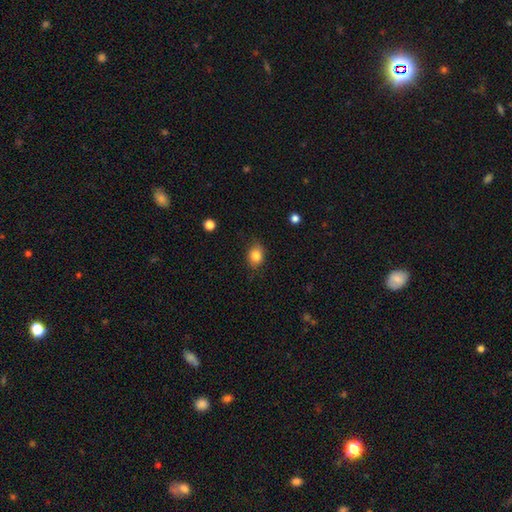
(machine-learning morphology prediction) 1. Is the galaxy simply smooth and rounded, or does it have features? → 83% smooth, 10% star or artifact, 7% featured or disk.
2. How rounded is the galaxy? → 52% round, 47% in between, 1% cigar-shaped.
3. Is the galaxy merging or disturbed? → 79% none, 17% minor disturbance, 3% major disturbance, 1% merger.